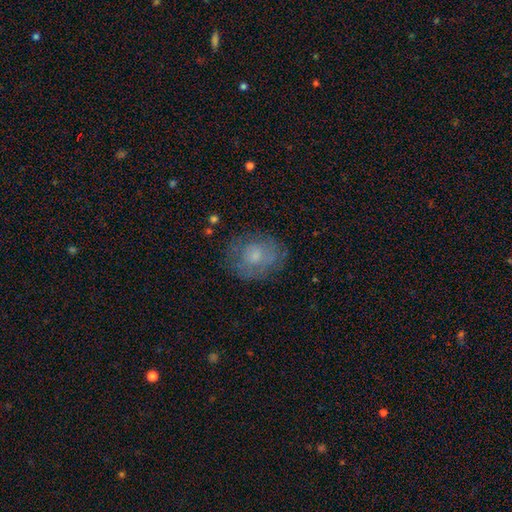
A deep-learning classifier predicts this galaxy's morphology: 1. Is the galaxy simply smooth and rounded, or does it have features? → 54% smooth, 36% featured or disk, 10% star or artifact.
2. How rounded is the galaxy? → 61% round, 38% in between, 1% cigar-shaped.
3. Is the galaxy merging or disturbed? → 70% none, 20% minor disturbance, 10% major disturbance, 1% merger.